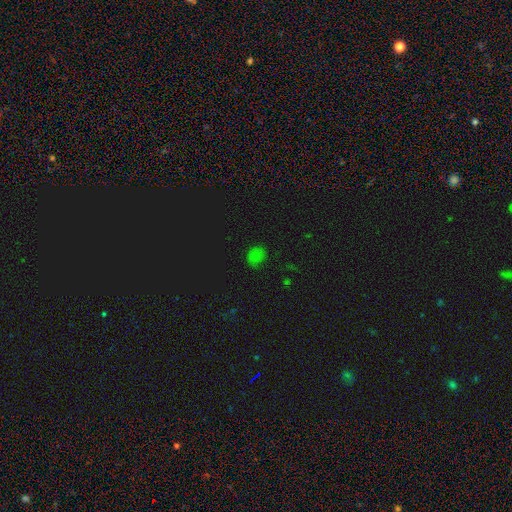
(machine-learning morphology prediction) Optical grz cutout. It shows a smooth galaxy with no disk features (61%) that is round (68%). Merging: none (78%).